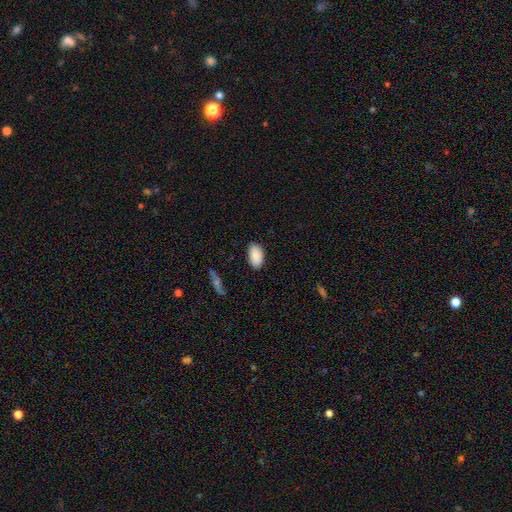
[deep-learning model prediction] Morphology: type=smooth (88%); roundness=in between (95%); merging=none (85%).